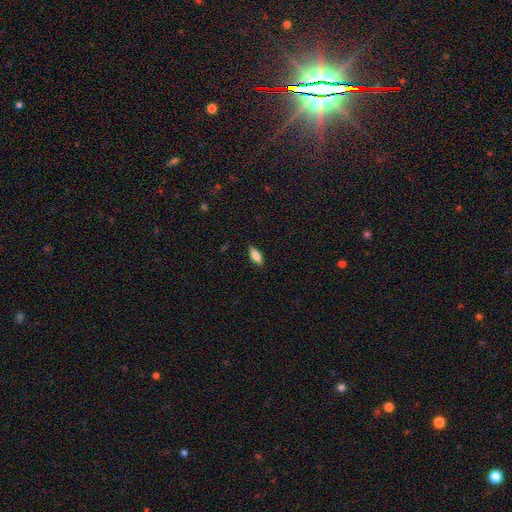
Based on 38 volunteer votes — smooth 66%, featured or disk 26%, star or artifact 8%. Down the decision tree: how rounded — in between (76%); merging — none (86%).